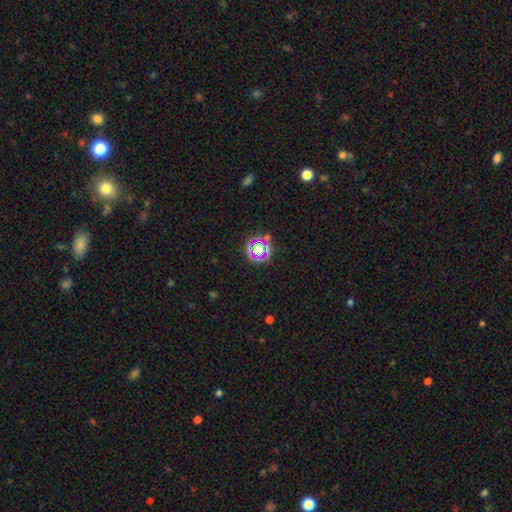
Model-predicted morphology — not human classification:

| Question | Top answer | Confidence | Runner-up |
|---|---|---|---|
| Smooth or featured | star or artifact | 61% | smooth (27%) |